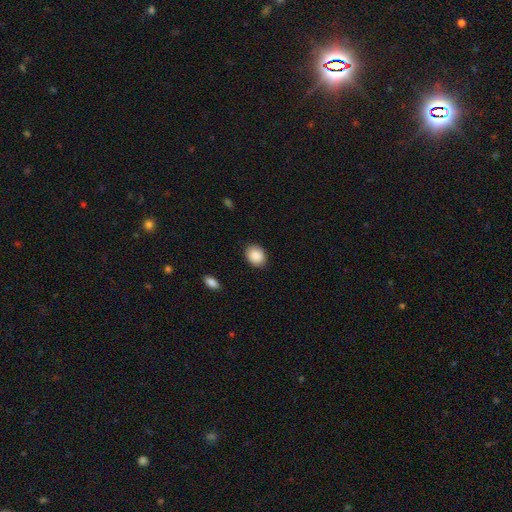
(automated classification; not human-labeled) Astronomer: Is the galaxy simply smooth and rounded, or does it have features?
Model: smooth — 90%.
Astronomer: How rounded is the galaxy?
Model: in between — 51% (runner-up: round, 48%).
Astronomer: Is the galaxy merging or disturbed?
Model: none — 88%.